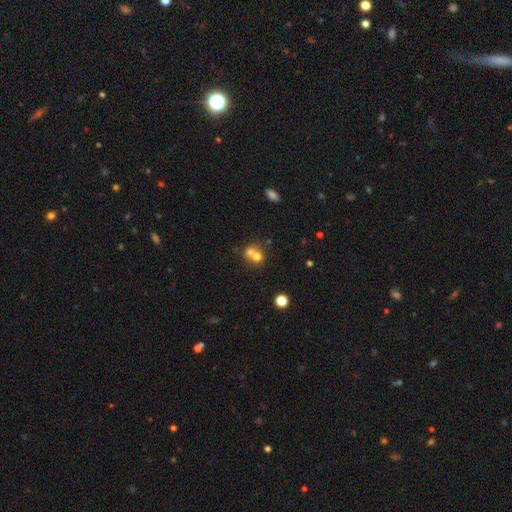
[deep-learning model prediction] smooth_or_featured: smooth (p=0.67) [alt: featured or disk p=0.20]
how_rounded: round (p=0.77) [alt: in between p=0.22]
merging: merger (p=0.61) [alt: none p=0.31]